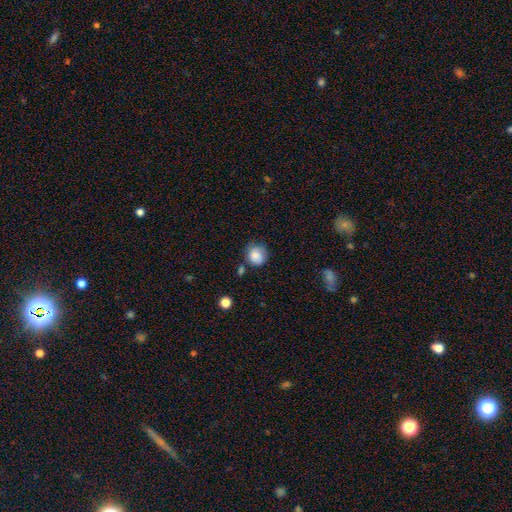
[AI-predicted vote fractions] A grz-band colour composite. It shows a smooth galaxy with no disk features (83%) that is round (86%). Merging: none (65%).